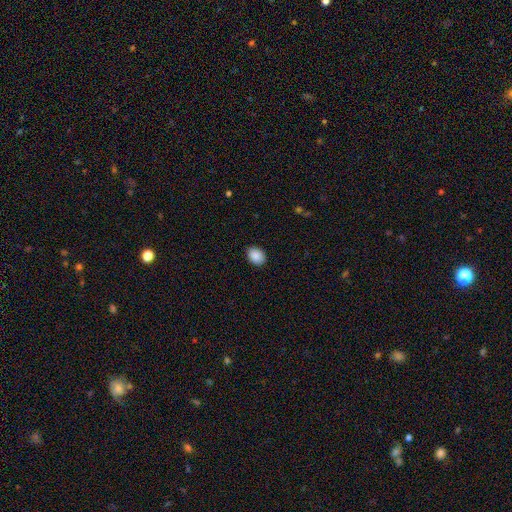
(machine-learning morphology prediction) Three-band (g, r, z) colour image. It shows a smooth galaxy with no disk features (89%) that is in between round and cigar-shaped (65%). Merging: none (89%).